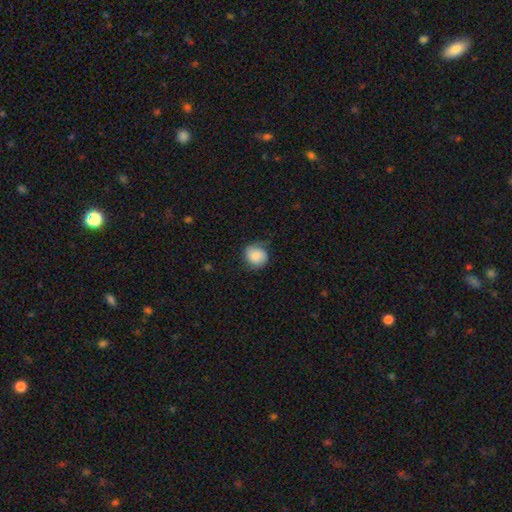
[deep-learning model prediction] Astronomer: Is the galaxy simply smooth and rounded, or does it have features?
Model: smooth — 69%.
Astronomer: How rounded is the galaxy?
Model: round — 81%.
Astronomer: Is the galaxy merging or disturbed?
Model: none — 65%.